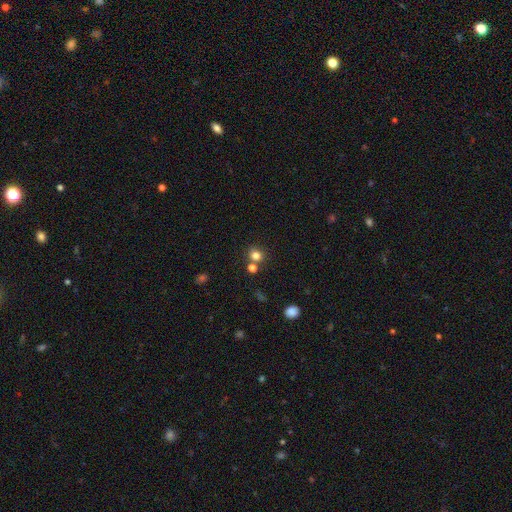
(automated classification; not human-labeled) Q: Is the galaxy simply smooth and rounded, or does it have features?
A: smooth — 79%.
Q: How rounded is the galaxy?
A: round — 79%.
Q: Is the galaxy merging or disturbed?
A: none — 67%.